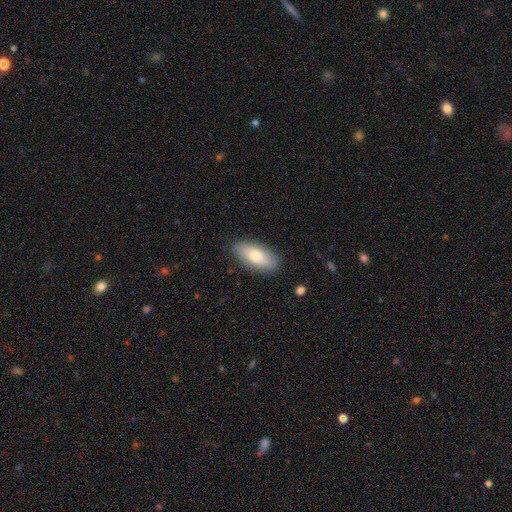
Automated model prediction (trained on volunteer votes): Smooth or featured? smooth (72%)
How rounded? in between (89%)
Merging? none (86%)